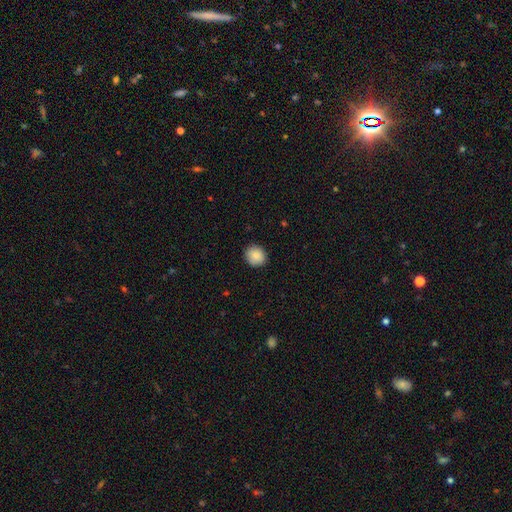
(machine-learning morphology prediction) smooth_or_featured: smooth (p=0.88) [alt: star or artifact p=0.08]
how_rounded: round (p=0.85) [alt: in between p=0.14]
merging: none (p=0.90) [alt: minor disturbance p=0.08]